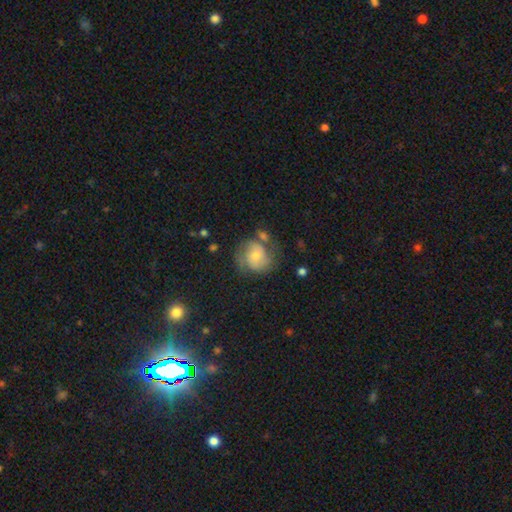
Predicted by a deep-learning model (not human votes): Smooth or featured?
  - featured or disk: 58% *
  - smooth: 34%
  - star or artifact: 8%
Edge-on disk?
  - no: 98% *
  - yes: 2%
Bar?
  - no: 67% *
  - weak: 28%
  - strong: 5%
Spiral arms?
  - yes: 83% *
  - no: 17%
Bulge size?
  - moderate: 46% *
  - small: 45%
  - large: 5%
  - none: 3%
  - dominant: 1%
Merging?
  - none: 51% *
  - minor disturbance: 23%
  - major disturbance: 15%
  - merger: 11%